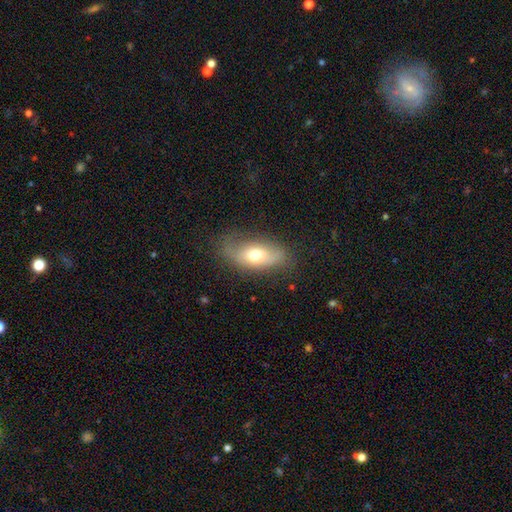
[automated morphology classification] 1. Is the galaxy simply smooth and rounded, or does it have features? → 58% smooth, 33% featured or disk, 9% star or artifact.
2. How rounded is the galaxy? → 86% in between, 7% round, 7% cigar-shaped.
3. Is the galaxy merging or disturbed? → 62% none, 25% minor disturbance, 12% major disturbance, 2% merger.